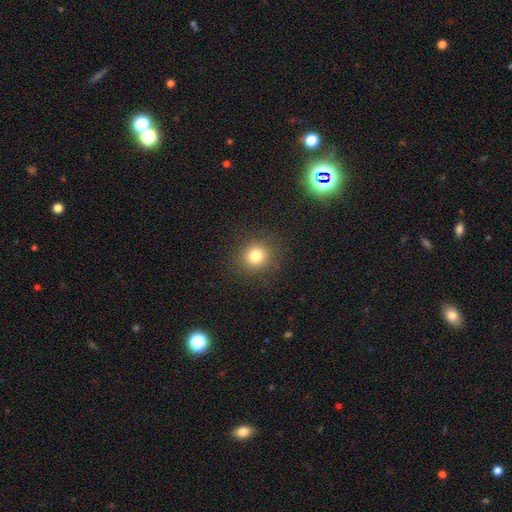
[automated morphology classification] Overall: smooth (79%). How rounded: round (88%). Merging: none (89%).